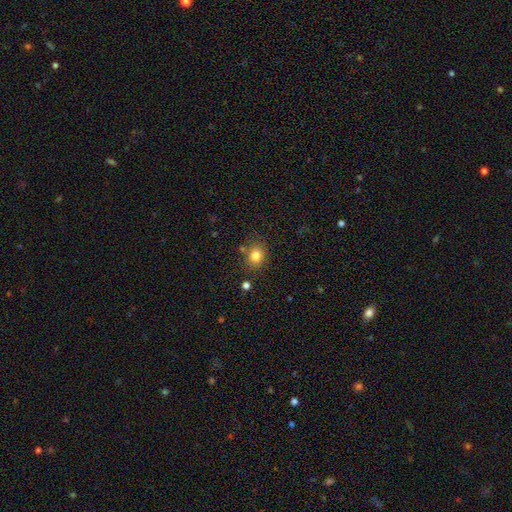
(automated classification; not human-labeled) Smooth or featured? smooth (81%)
How rounded? round (59%)
Merging? none (77%)